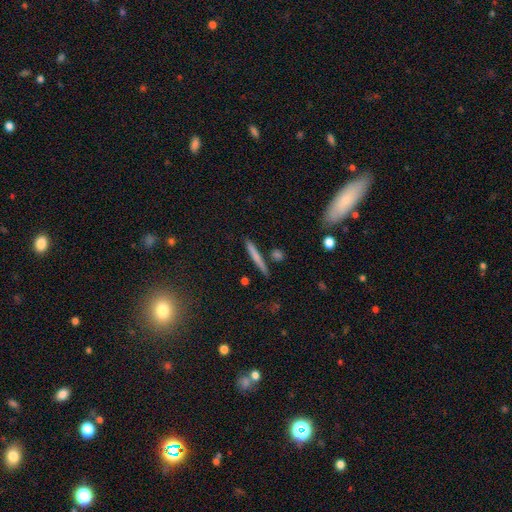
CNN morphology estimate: Smooth or featured?
  - smooth: 65% *
  - featured or disk: 28%
  - star or artifact: 7%
How rounded?
  - cigar-shaped: 95% *
  - in between: 3%
  - round: 2%
Merging?
  - none: 85% *
  - minor disturbance: 8%
  - merger: 4%
  - major disturbance: 2%